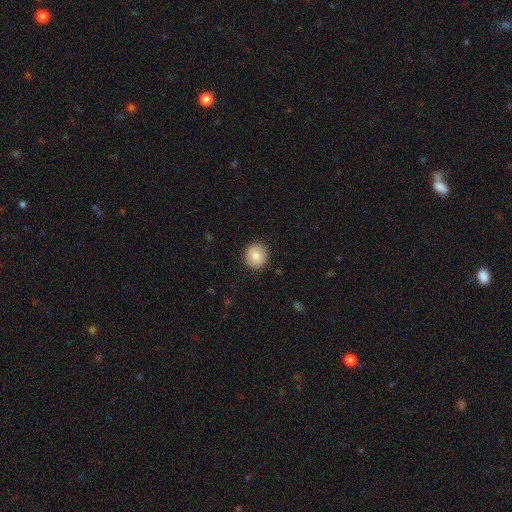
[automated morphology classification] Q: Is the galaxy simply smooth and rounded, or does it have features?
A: smooth — 82%.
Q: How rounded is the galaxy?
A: round — 87%.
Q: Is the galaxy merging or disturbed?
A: none — 90%.